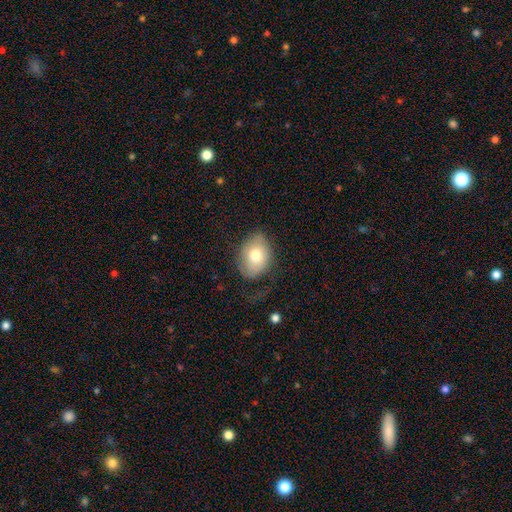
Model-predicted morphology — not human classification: Smooth or featured? Predicted: smooth (p=0.71). How rounded? Predicted: in between (p=0.74). Merging? Predicted: none (p=0.54).